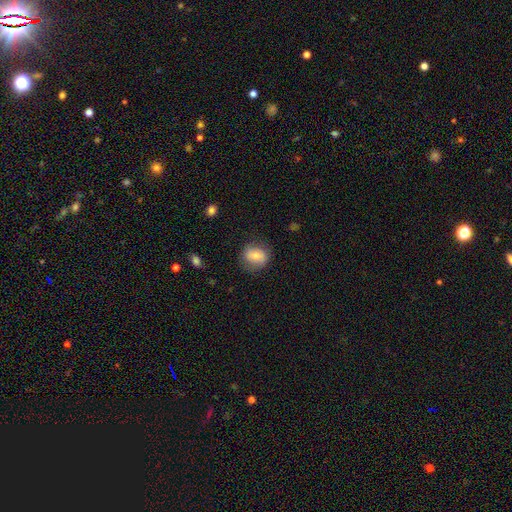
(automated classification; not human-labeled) Smooth or featured? Predicted: smooth (p=0.71). How rounded? Predicted: round (p=0.58). Merging? Predicted: none (p=0.74).